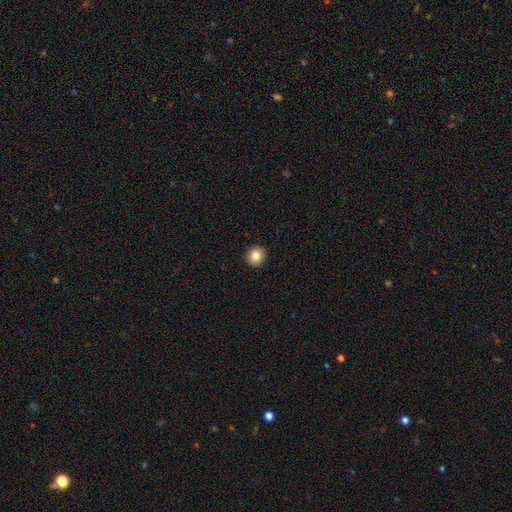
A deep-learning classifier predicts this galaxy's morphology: Q: Smooth or featured?
A: smooth (84%); runner-up: star or artifact (9%)
Q: How rounded?
A: round (88%); runner-up: in between (11%)
Q: Merging?
A: none (93%); runner-up: minor disturbance (5%)